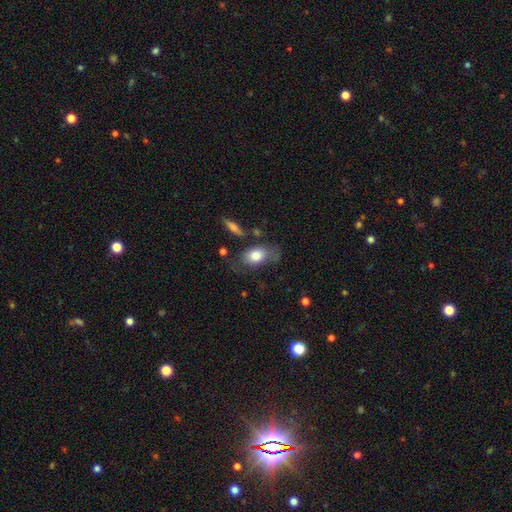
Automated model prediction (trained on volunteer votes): Q: Smooth or featured?
A: smooth (74%); runner-up: featured or disk (19%)
Q: How rounded?
A: in between (84%); runner-up: round (13%)
Q: Merging?
A: none (49%); runner-up: minor disturbance (27%)